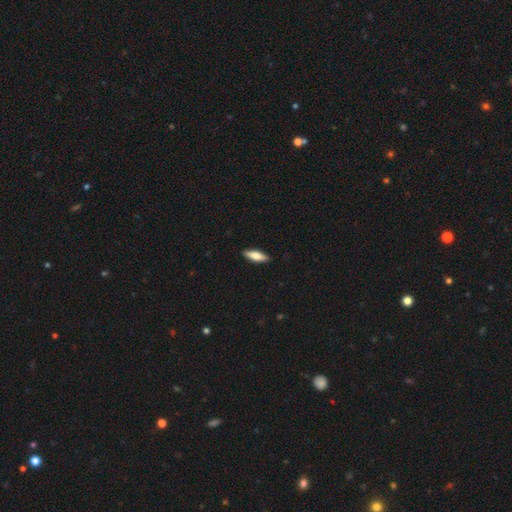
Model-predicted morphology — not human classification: smooth 70%, featured or disk 24%, star or artifact 6%. Down the decision tree: how rounded — in between (50%); merging — none (90%).